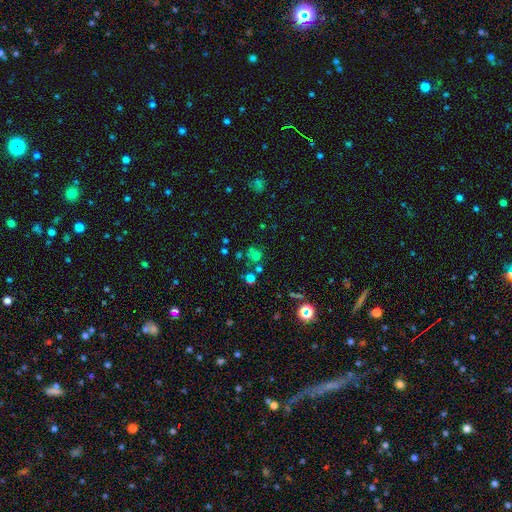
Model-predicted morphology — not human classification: Smooth or featured?
  - smooth: 51% *
  - star or artifact: 35%
  - featured or disk: 14%
How rounded?
  - round: 84% *
  - in between: 15%
  - cigar-shaped: 1%
Merging?
  - none: 59% *
  - merger: 24%
  - minor disturbance: 10%
  - major disturbance: 6%